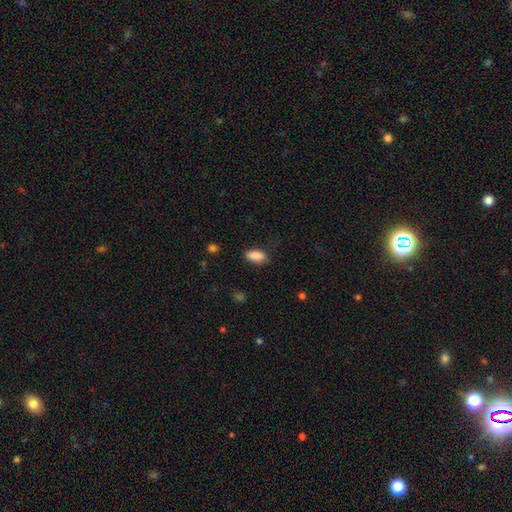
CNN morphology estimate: Overall: smooth (89%). How rounded: in between (89%). Merging: none (81%).